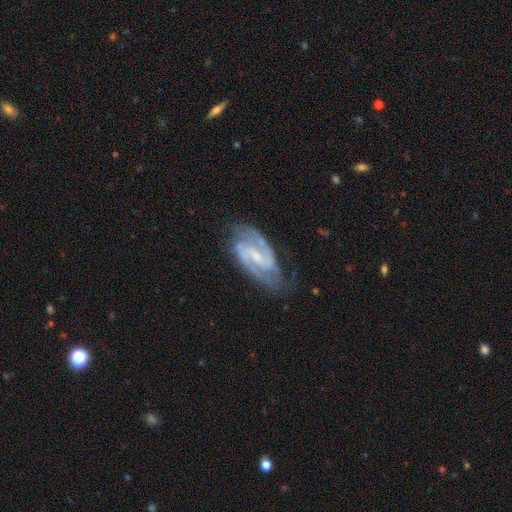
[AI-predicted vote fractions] The model was most divided on "bar": weak: 52%, strong: 31%, no: 17%. More confident: spiral arms — yes (98%); edge-on disk — no (97%); smooth or featured — featured or disk (90%); spiral arm count — 2 (90%); merging — none (74%); spiral winding — medium (56%); bulge size — small (51%).